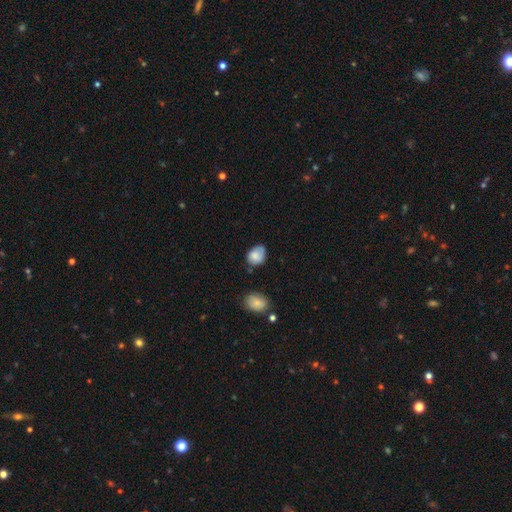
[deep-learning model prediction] A smooth galaxy with no disk features (79%) that is in between round and cigar-shaped (60%). Merging: none (54%).